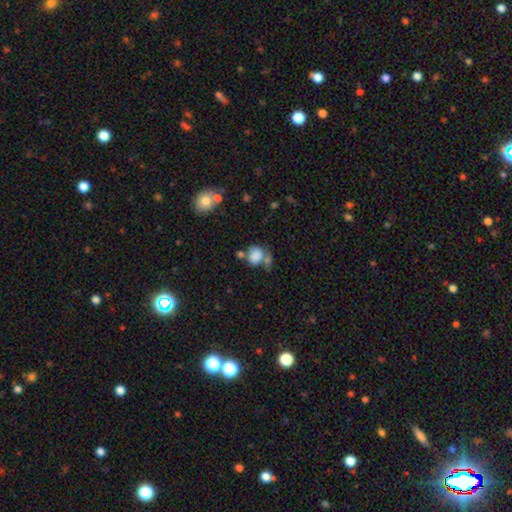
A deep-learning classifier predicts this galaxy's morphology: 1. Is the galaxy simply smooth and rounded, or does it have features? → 81% smooth, 10% star or artifact, 9% featured or disk.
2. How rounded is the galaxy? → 64% round, 35% in between, 1% cigar-shaped.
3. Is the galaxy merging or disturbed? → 37% merger, 36% none, 15% minor disturbance, 11% major disturbance.